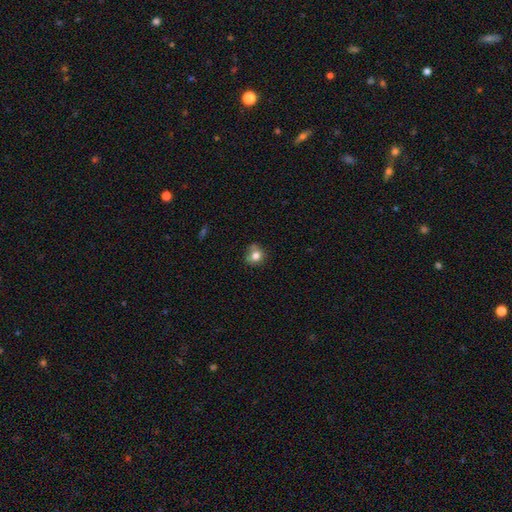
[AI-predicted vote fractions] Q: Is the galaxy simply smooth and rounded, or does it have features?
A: smooth — 78%.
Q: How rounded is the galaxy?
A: round — 78%.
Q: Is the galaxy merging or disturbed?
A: none — 59%.